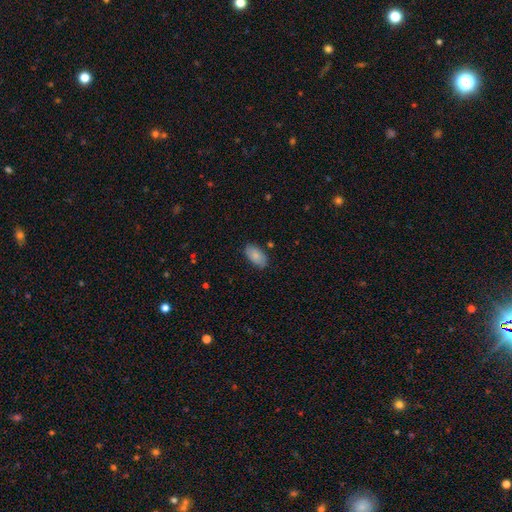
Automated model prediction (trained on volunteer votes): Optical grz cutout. It shows a smooth galaxy with no disk features (82%) that is in between round and cigar-shaped (95%). Merging: none (80%).